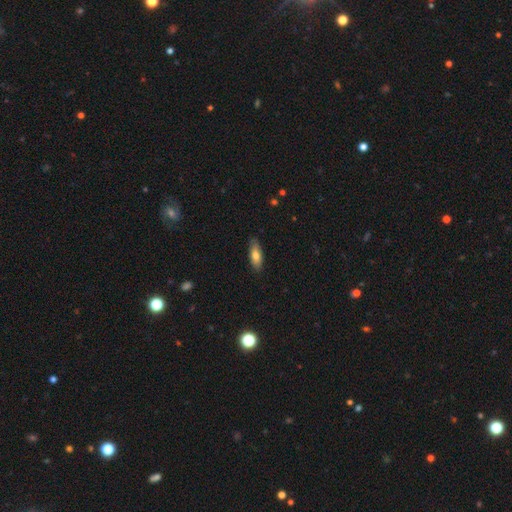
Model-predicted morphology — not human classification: Q: Smooth or featured?
A: smooth (73%); runner-up: featured or disk (20%)
Q: How rounded?
A: in between (71%); runner-up: cigar-shaped (27%)
Q: Merging?
A: none (84%); runner-up: minor disturbance (13%)